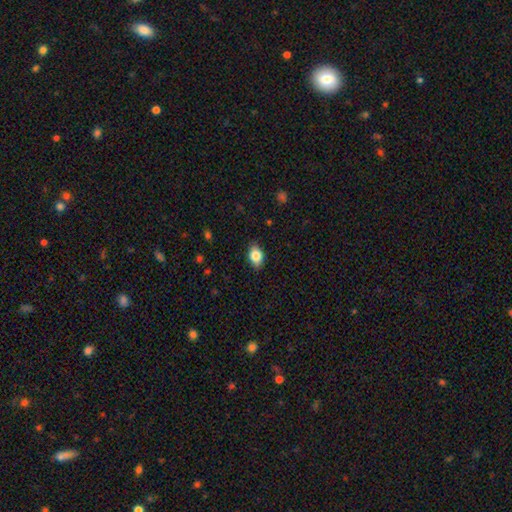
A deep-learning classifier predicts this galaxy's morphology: Smooth or featured? Predicted: smooth (p=0.83). How rounded? Predicted: in between (p=0.84). Merging? Predicted: none (p=0.85).